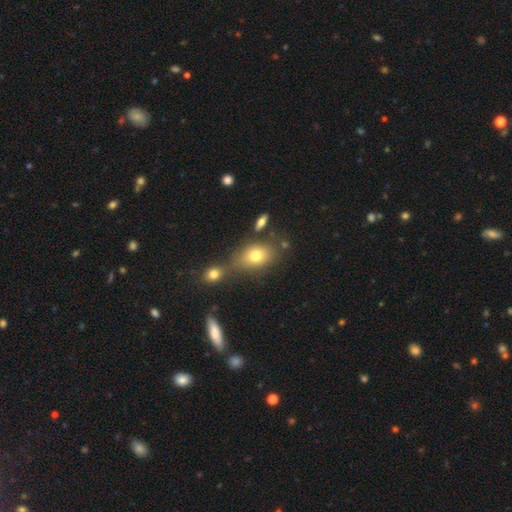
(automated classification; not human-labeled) Q: Smooth or featured?
A: smooth (75%); runner-up: featured or disk (14%)
Q: How rounded?
A: in between (71%); runner-up: round (27%)
Q: Merging?
A: none (54%); runner-up: merger (26%)